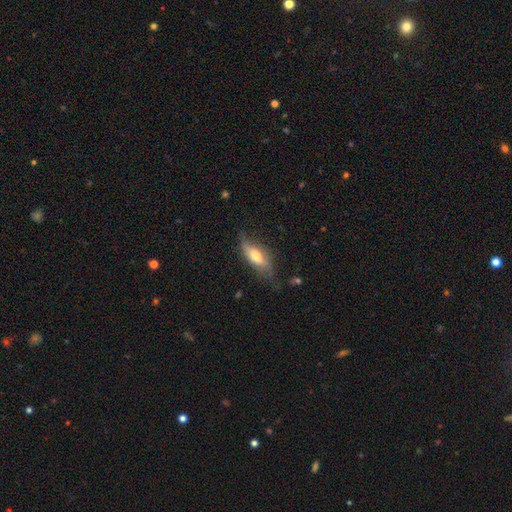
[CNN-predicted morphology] A smooth galaxy with no disk features (56%) that is in between round and cigar-shaped (66%). Merging: none (57%).